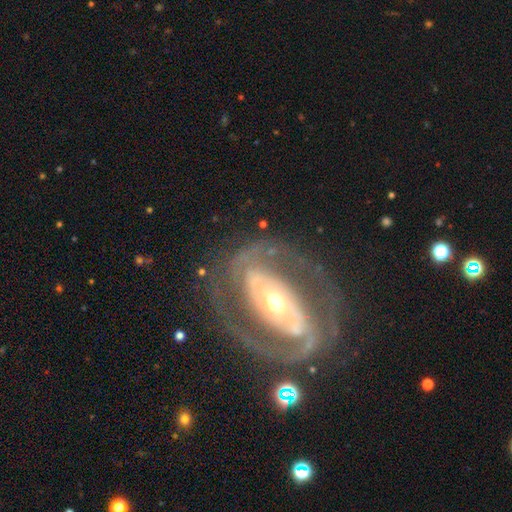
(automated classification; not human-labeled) This appears to be a featured or disk galaxy (87%) with a strong bar (42%), 2 (84%) tight (45%) spiral arms (87%) and a moderate central bulge (52%). Merging: none (75%).